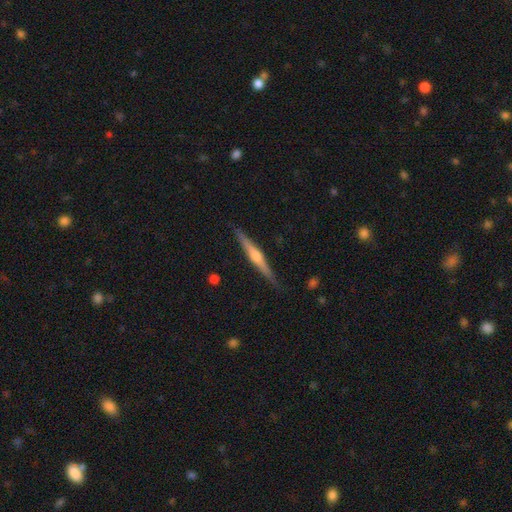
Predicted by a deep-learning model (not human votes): A featured or disk galaxy (72%) viewed edge-on (98%) with a rounded central bulge (83%).

Vote fractions:
- Smooth or featured? featured or disk: 72% / smooth: 22% / star or artifact: 6%
- Edge-on disk? yes: 98% / no: 2%
- Edge-on bulge? rounded: 83% / boxy: 9% / none: 8%
- Merging? none: 89% / minor disturbance: 9% / major disturbance: 2% / merger: 1%